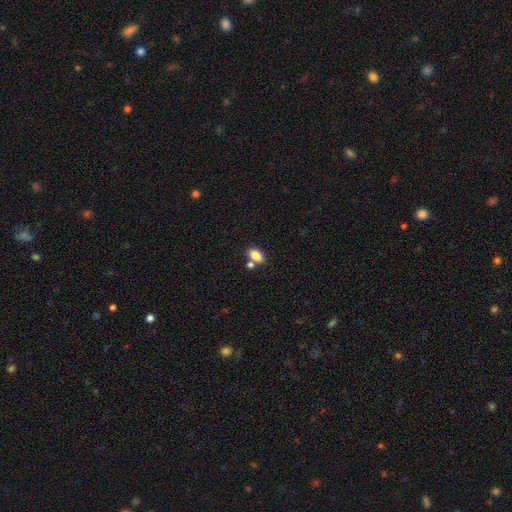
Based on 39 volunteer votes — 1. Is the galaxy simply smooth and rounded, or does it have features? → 85% smooth, 10% featured or disk, 5% star or artifact.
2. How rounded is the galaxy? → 97% in between, 3% round, 0% cigar-shaped.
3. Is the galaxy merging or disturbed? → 68% none, 19% merger, 8% minor disturbance, 5% major disturbance.